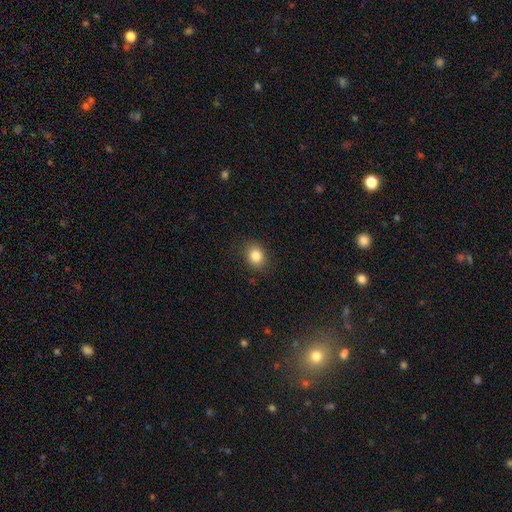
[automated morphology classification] smooth 84%, star or artifact 10%, featured or disk 6%. Down the decision tree: how rounded — round (54%); merging — none (87%).